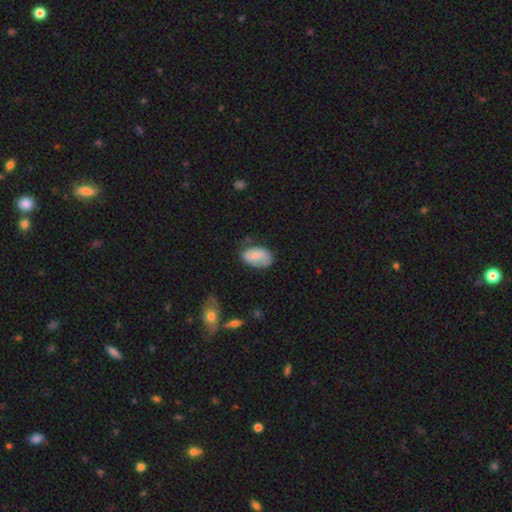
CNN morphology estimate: Smooth or featured? smooth (70%)
How rounded? in between (90%)
Merging? none (57%)